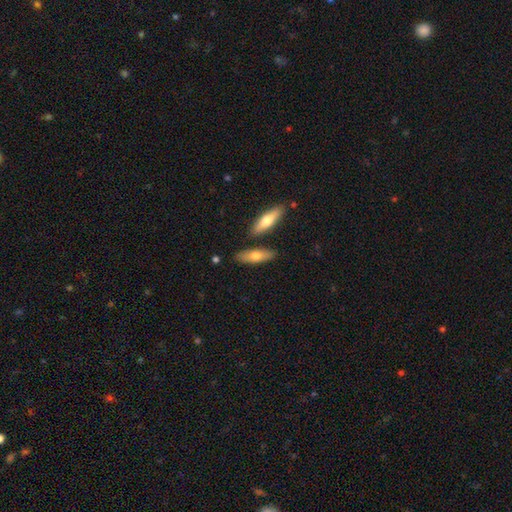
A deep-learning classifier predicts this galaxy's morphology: A smooth galaxy with no disk features (66%) that is in between round and cigar-shaped (51%). Merging: none (79%).